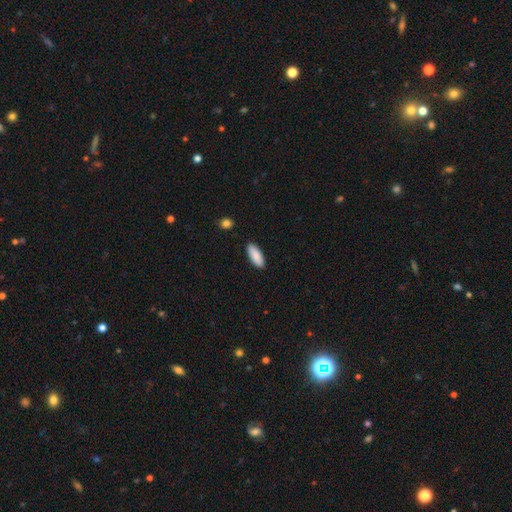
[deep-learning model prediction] Smooth or featured? Predicted: smooth (p=0.89). How rounded? Predicted: in between (p=0.73). Merging? Predicted: none (p=0.89).